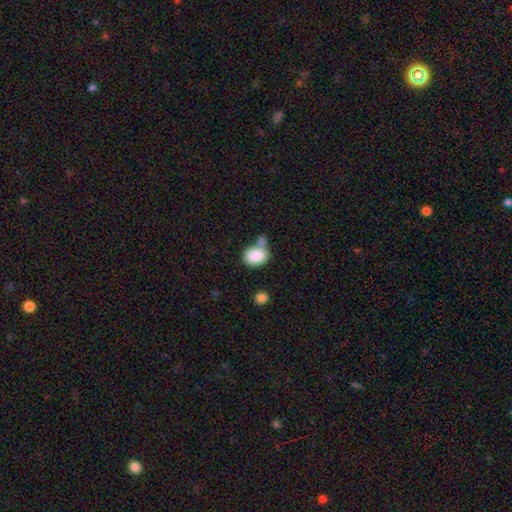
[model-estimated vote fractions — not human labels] Smooth or featured? Predicted: smooth (p=0.86). How rounded? Predicted: in between (p=0.73). Merging? Predicted: none (p=0.43).